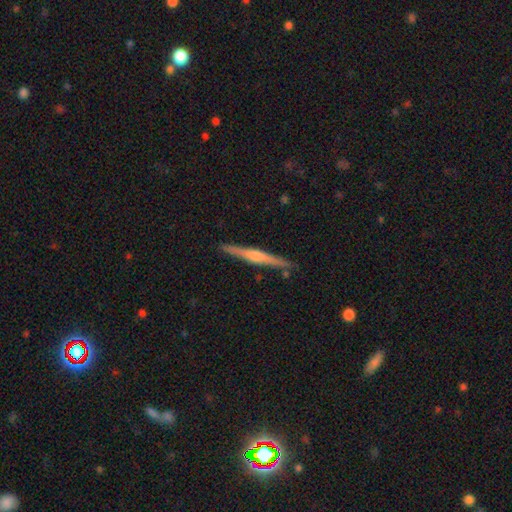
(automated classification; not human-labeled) This is likely a featured or disk galaxy (75%). It is clearly viewed edge-on (98%). Edge-on bulge: likely rounded (72%). Merging: clearly none (89%).